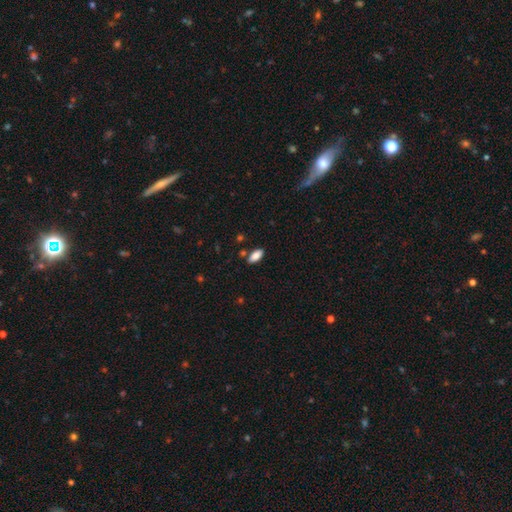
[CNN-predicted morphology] Smooth or featured? smooth (86%)
How rounded? in between (88%)
Merging? none (84%)